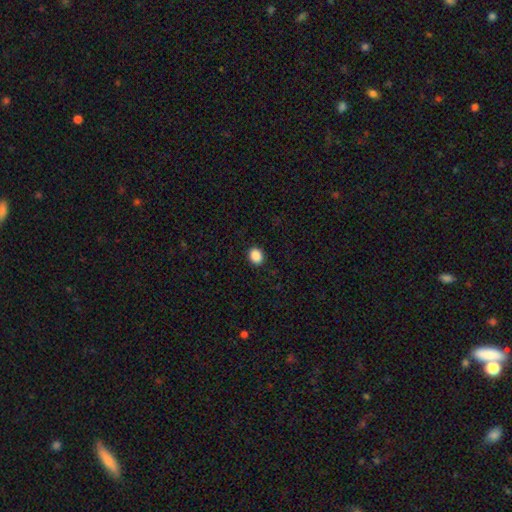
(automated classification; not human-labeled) A smooth galaxy with no disk features (89%) that is round (55%).

Vote fractions:
- Smooth or featured? smooth: 89% / star or artifact: 9% / featured or disk: 2%
- How rounded? round: 55% / in between: 45% / cigar-shaped: 1%
- Merging? none: 91% / minor disturbance: 6% / major disturbance: 2% / merger: 1%